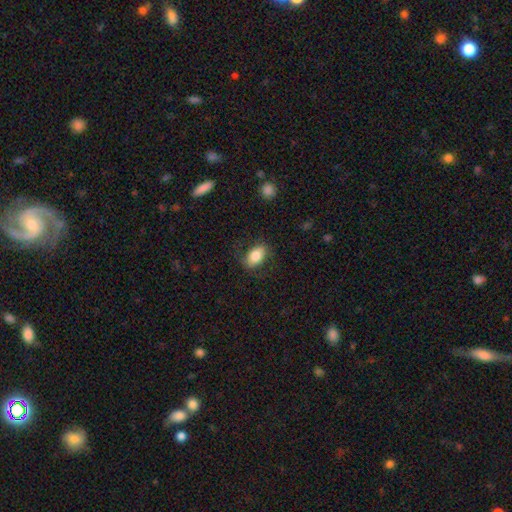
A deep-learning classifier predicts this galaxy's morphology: This appears to be a smooth galaxy with no disk features (80%) that is in between round and cigar-shaped (89%). Merging: none (77%).